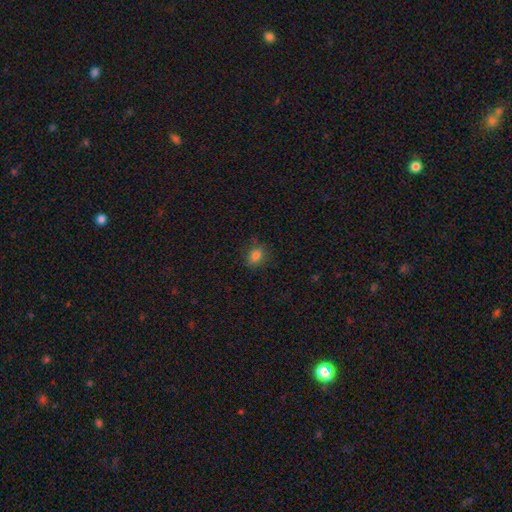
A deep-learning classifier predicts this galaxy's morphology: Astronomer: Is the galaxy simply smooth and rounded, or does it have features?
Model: smooth — 80%.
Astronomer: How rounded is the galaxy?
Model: in between — 56% (runner-up: round, 43%).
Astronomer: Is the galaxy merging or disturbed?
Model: none — 79%.